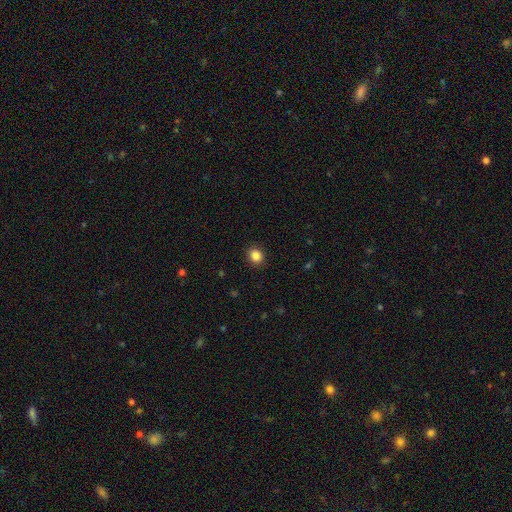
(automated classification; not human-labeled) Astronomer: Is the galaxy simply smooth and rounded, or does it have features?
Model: smooth — 86%.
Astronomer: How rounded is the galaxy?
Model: round — 70%.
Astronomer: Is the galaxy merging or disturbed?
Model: none — 90%.